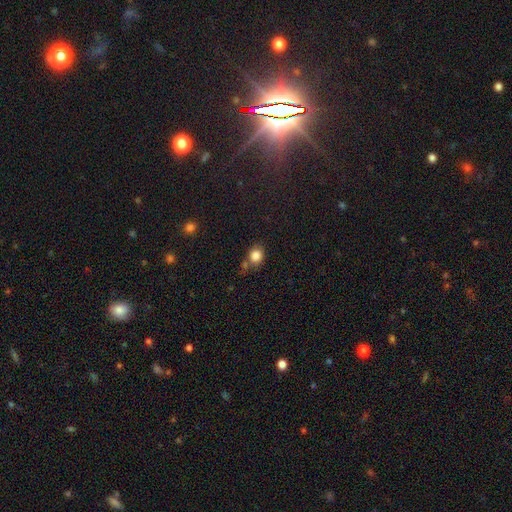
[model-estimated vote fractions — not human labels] Smooth or featured? Predicted: smooth (p=0.83). How rounded? Predicted: round (p=0.66). Merging? Predicted: none (p=0.60).